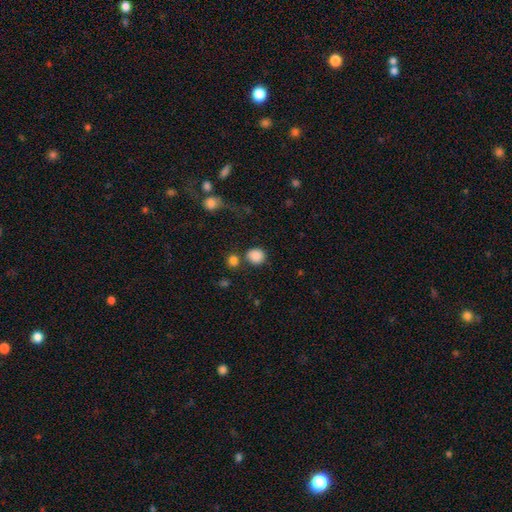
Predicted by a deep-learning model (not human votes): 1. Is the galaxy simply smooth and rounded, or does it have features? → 86% smooth, 10% star or artifact, 4% featured or disk.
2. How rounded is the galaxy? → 81% round, 18% in between, 1% cigar-shaped.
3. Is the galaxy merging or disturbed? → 70% none, 13% merger, 12% minor disturbance, 5% major disturbance.